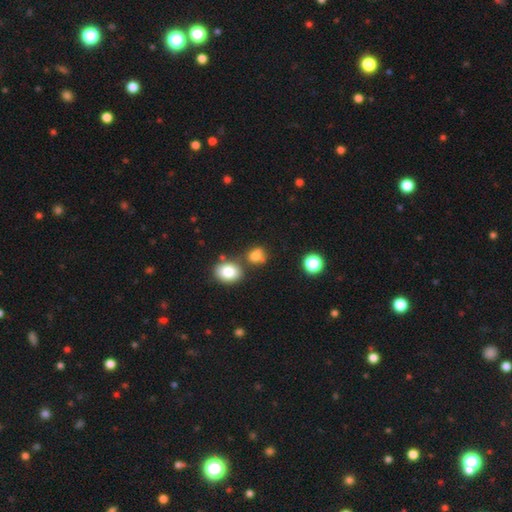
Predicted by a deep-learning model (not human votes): Morphology: type=smooth (75%); roundness=round (62%); merging=none (52%).